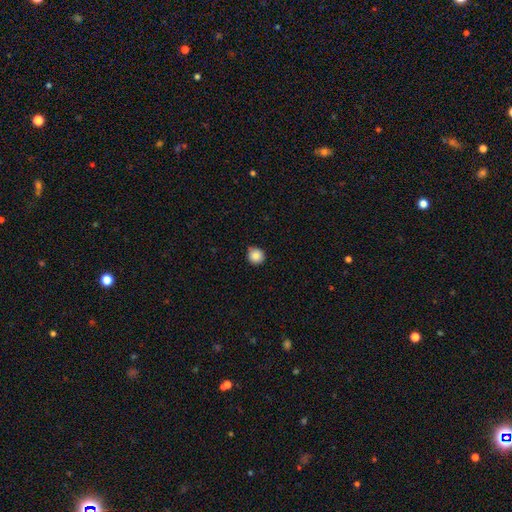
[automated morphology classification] Smooth or featured?
  - smooth: 86% *
  - star or artifact: 10%
  - featured or disk: 4%
How rounded?
  - round: 94% *
  - in between: 5%
  - cigar-shaped: 1%
Merging?
  - none: 83% *
  - minor disturbance: 13%
  - major disturbance: 2%
  - merger: 2%